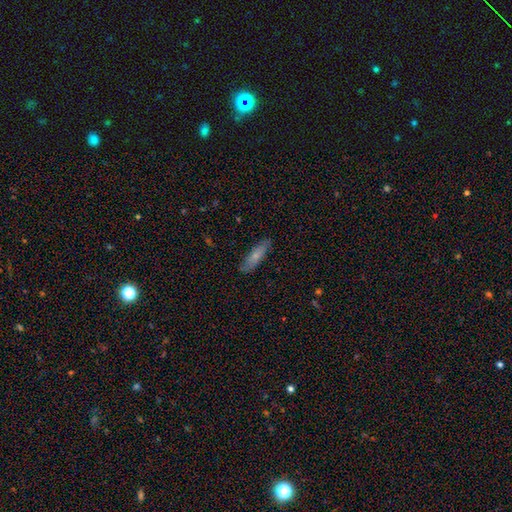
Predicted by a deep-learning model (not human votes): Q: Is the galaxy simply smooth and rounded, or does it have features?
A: smooth — 67%.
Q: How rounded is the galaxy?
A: cigar-shaped — 60%.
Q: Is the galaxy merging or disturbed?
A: none — 82%.